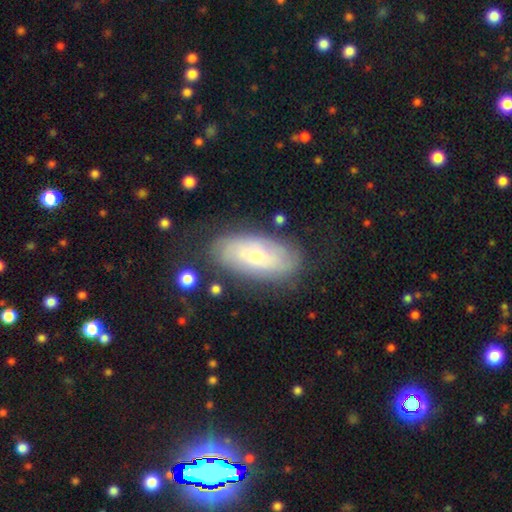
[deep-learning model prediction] A featured or disk galaxy (58%) with no bar (74%), spiral arms (78%) and a small central bulge (56%). Merging: none (74%).